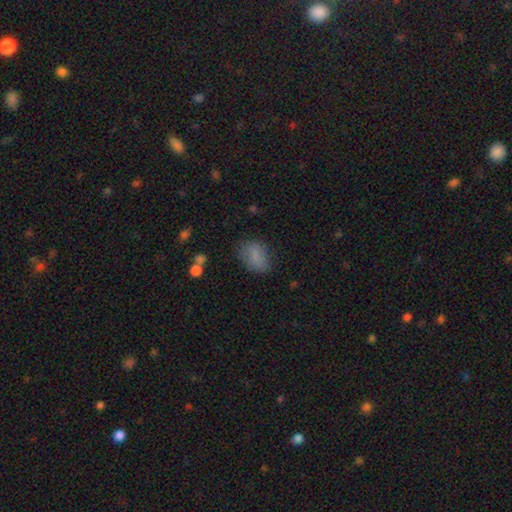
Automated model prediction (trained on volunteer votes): Smooth or featured? Predicted: smooth (p=0.79). How rounded? Predicted: in between (p=0.80). Merging? Predicted: none (p=0.69).